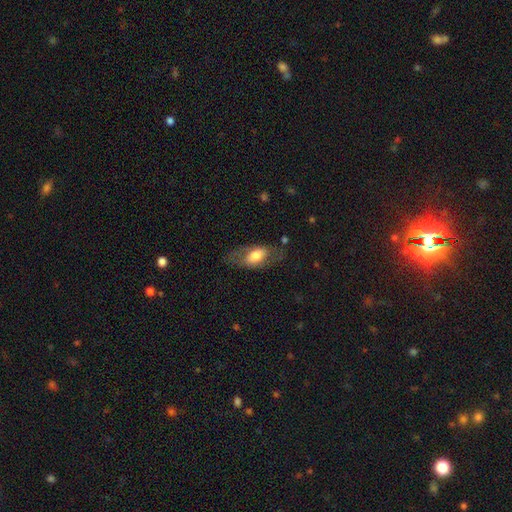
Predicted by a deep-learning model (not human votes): smooth-or-featured: smooth: 59% | featured or disk: 34% | star or artifact: 7%
  how-rounded: in between: 87% | cigar-shaped: 8% | round: 5%
  merging: none: 64% | minor disturbance: 19% | major disturbance: 15% | merger: 2%